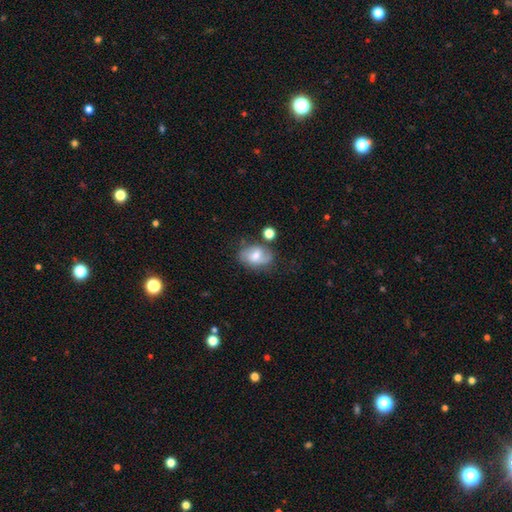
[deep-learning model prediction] Overall: smooth (54%; featured or disk 37%). How rounded: in between (77%). Merging: none (60%; minor disturbance 24%).